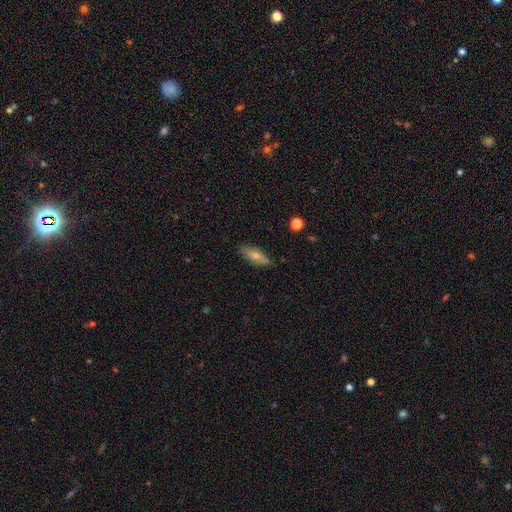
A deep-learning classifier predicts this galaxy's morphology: type=smooth (53%); roundness=in between (59%); merging=none (84%).